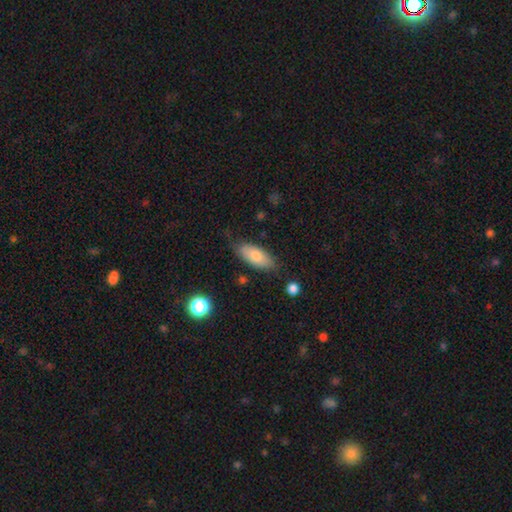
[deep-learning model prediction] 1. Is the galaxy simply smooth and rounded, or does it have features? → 76% smooth, 16% featured or disk, 8% star or artifact.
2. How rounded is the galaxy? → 78% in between, 20% cigar-shaped, 2% round.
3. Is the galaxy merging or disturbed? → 77% none, 17% minor disturbance, 3% major disturbance, 2% merger.